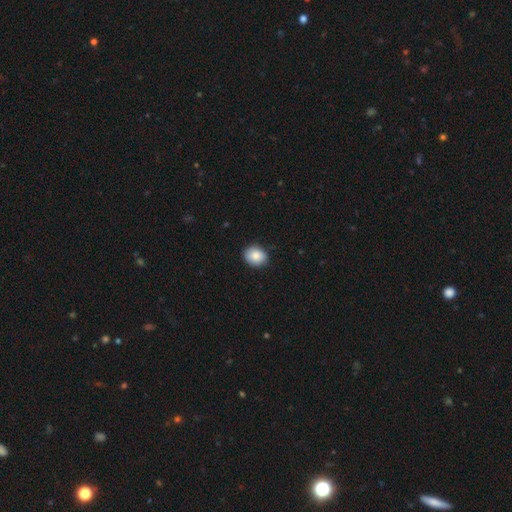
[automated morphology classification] smooth-or-featured: smooth: 85% | star or artifact: 8% | featured or disk: 7%
  how-rounded: round: 61% | in between: 38% | cigar-shaped: 1%
  merging: none: 85% | minor disturbance: 12% | major disturbance: 2% | merger: 1%